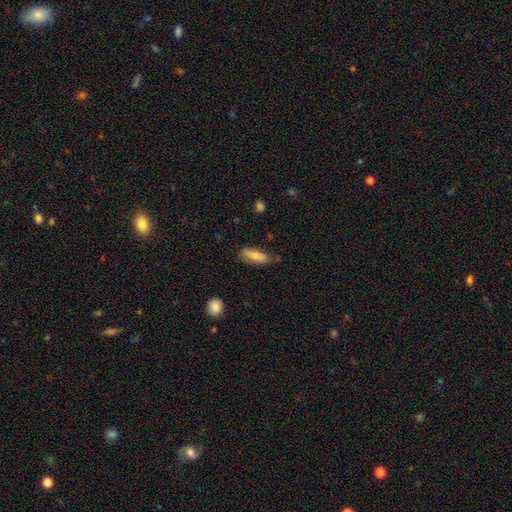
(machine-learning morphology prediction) Smooth or featured?
  - smooth: 74% *
  - featured or disk: 20%
  - star or artifact: 6%
How rounded?
  - in between: 57% *
  - cigar-shaped: 41%
  - round: 2%
Merging?
  - none: 71% *
  - minor disturbance: 22%
  - major disturbance: 4%
  - merger: 3%